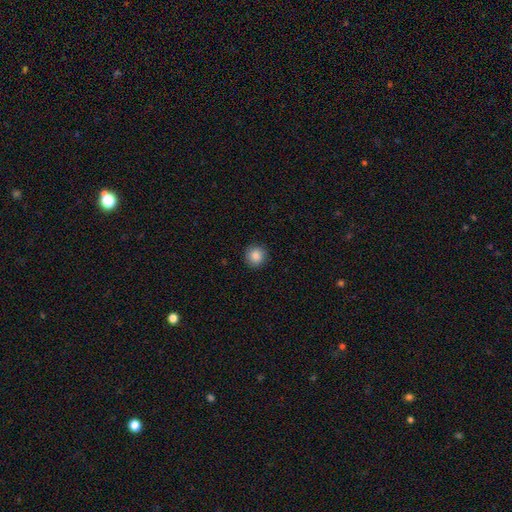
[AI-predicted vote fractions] Smooth or featured: smooth — 87% (star or artifact — 9%)
How rounded: round — 93% (in between — 6%)
Merging: none — 91% (minor disturbance — 6%)